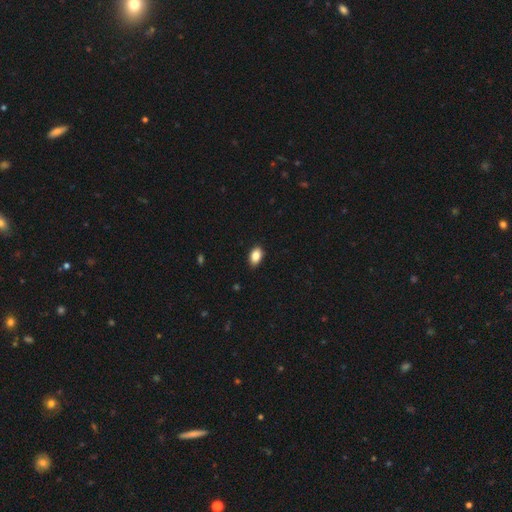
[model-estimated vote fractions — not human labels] This is clearly a smooth galaxy (88%). How rounded: clearly in between (90%). Merging: clearly none (88%).